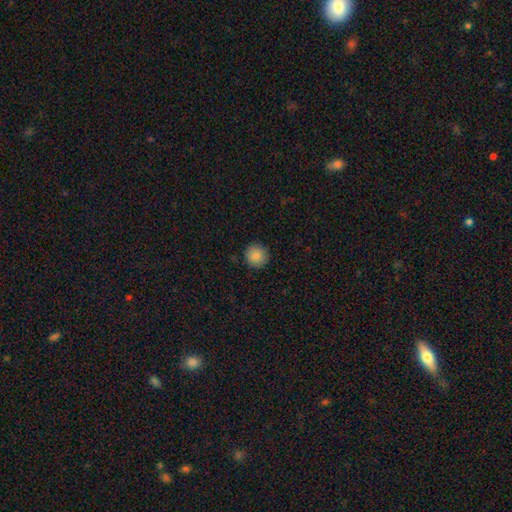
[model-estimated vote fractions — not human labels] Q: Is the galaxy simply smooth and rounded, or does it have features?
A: smooth — 87%.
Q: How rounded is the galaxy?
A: round — 94%.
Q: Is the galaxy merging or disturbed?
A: none — 91%.